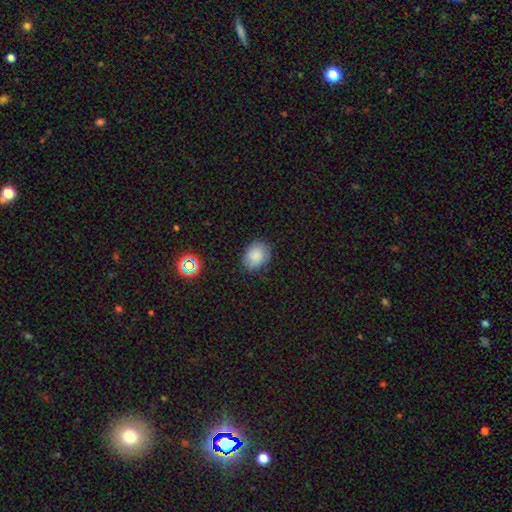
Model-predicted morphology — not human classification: Smooth or featured? smooth (84%)
How rounded? in between (61%)
Merging? none (76%)